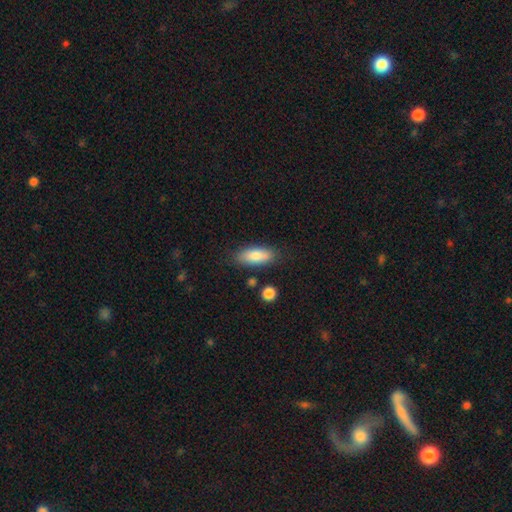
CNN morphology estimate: smooth 83%, featured or disk 11%, star or artifact 6%. Down the decision tree: how rounded — in between (79%); merging — none (80%).